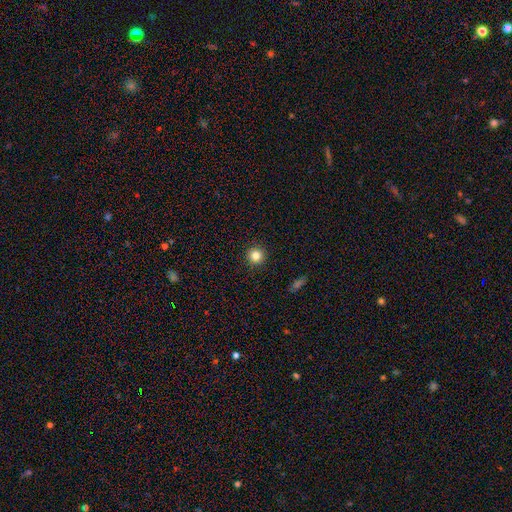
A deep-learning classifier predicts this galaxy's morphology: A smooth galaxy with no disk features (83%) that is round (95%). Merging: none (92%).